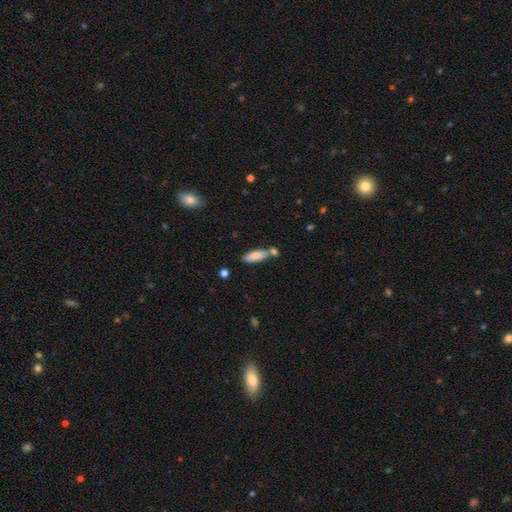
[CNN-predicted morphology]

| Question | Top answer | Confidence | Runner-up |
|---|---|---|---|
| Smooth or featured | smooth | 82% | featured or disk (11%) |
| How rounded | in between | 52% | cigar-shaped (46%) |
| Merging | none | 61% | merger (20%) |